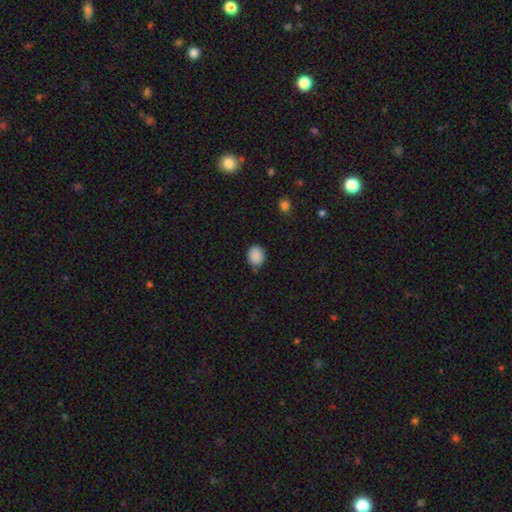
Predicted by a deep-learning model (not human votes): A smooth galaxy with no disk features (89%) that is round (61%).

Vote fractions:
- Smooth or featured? smooth: 89% / star or artifact: 8% / featured or disk: 3%
- How rounded? round: 61% / in between: 38% / cigar-shaped: 1%
- Merging? none: 78% / minor disturbance: 17% / major disturbance: 3% / merger: 2%